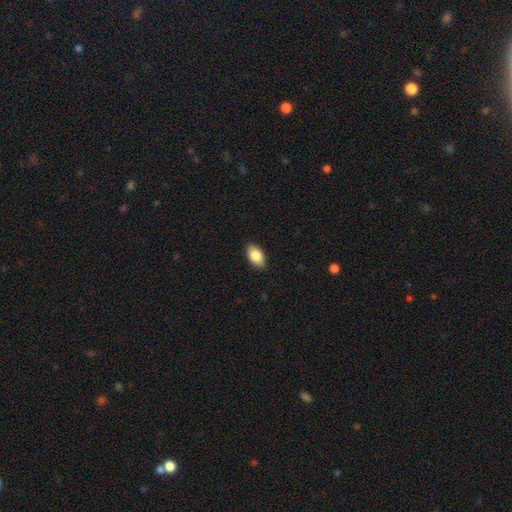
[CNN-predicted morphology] Q: Smooth or featured?
A: smooth (84%); runner-up: featured or disk (9%)
Q: How rounded?
A: in between (93%); runner-up: round (5%)
Q: Merging?
A: none (89%); runner-up: minor disturbance (9%)